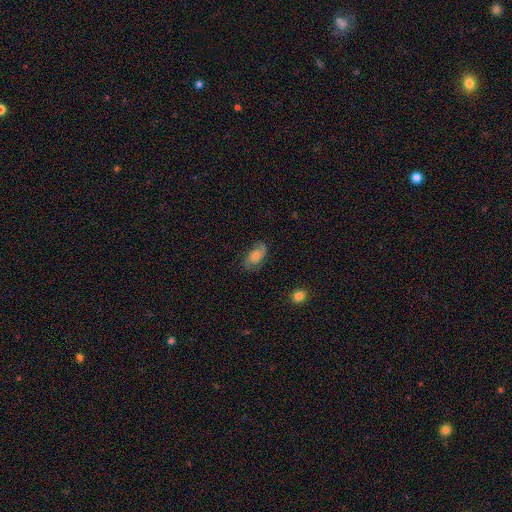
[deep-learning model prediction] Overall: featured or disk (48%; smooth 43%). Merging: none (73%).